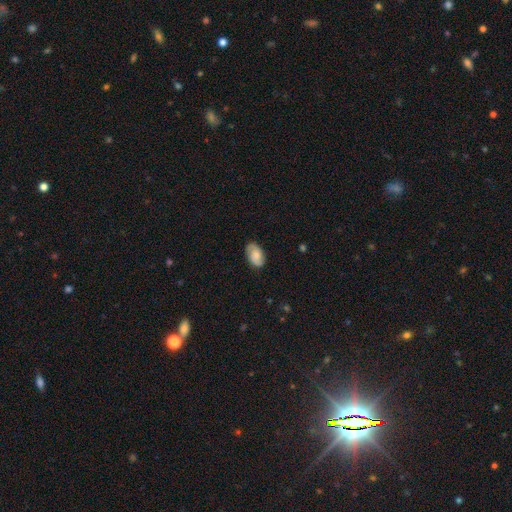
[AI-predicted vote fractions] smooth 49%, featured or disk 43%, star or artifact 8%. Down the decision tree: merging — none (82%).